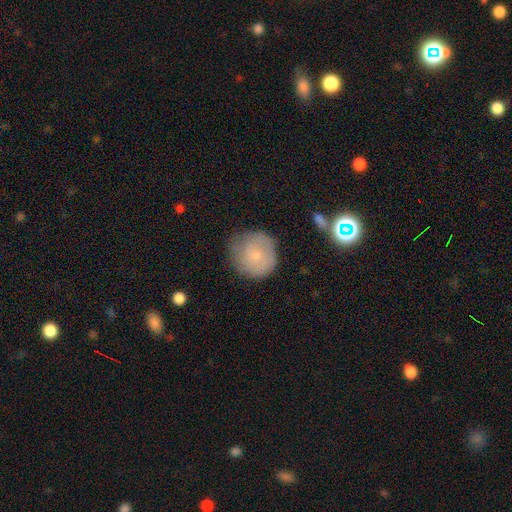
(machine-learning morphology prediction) smooth-or-featured: smooth: 69% | featured or disk: 22% | star or artifact: 9%
  how-rounded: round: 91% | in between: 8% | cigar-shaped: 1%
  merging: none: 68% | minor disturbance: 23% | major disturbance: 7% | merger: 2%